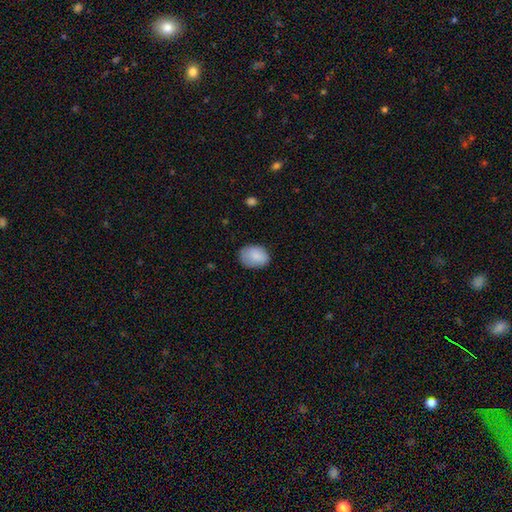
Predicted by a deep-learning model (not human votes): This appears to be a smooth galaxy with no disk features (86%) that is in between round and cigar-shaped (72%). Merging: none (75%).